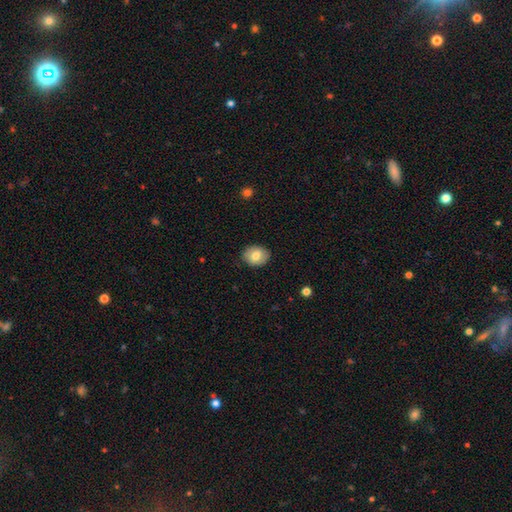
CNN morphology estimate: Smooth or featured? smooth (79%)
How rounded? round (51%)
Merging? none (87%)